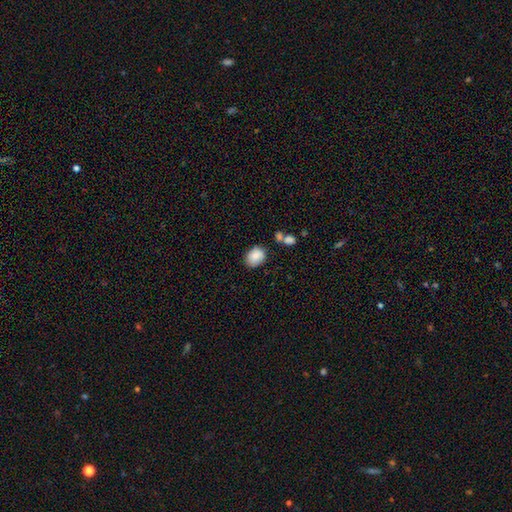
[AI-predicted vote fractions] Smooth or featured: smooth — 85% (star or artifact — 8%)
How rounded: in between — 63% (round — 36%)
Merging: none — 73% (minor disturbance — 16%)